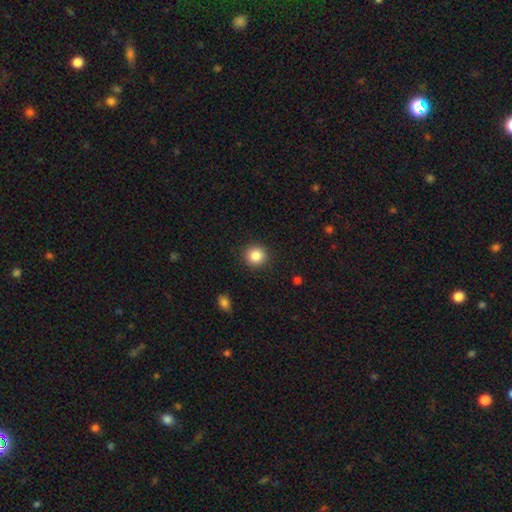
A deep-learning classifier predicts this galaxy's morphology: smooth_or_featured: smooth (p=0.86) [alt: star or artifact p=0.10]
how_rounded: round (p=0.92) [alt: in between p=0.08]
merging: none (p=0.91) [alt: minor disturbance p=0.06]